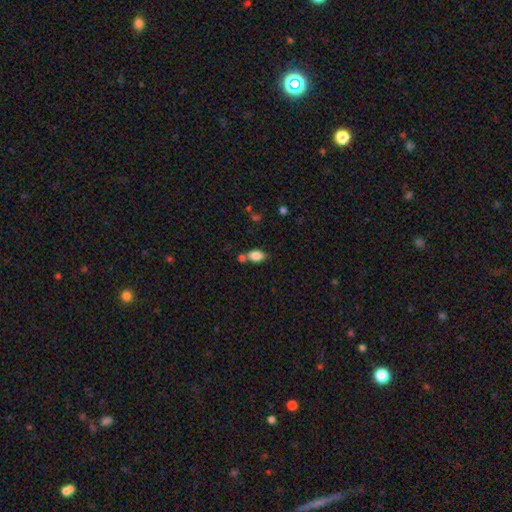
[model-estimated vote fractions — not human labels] Smooth or featured? smooth (84%)
How rounded? in between (87%)
Merging? none (51%)